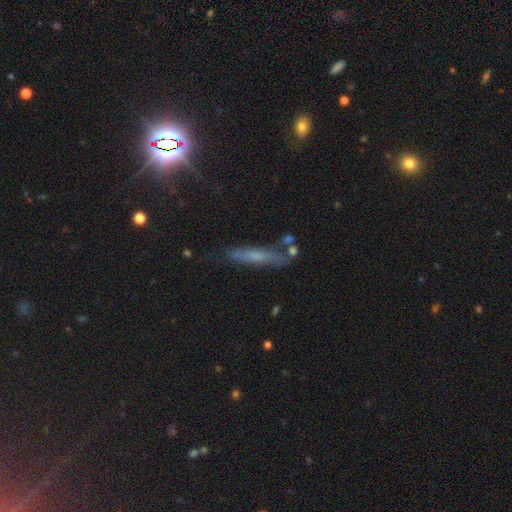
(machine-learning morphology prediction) This appears to be a smooth galaxy with no disk features (42%). Merging: none (71%).